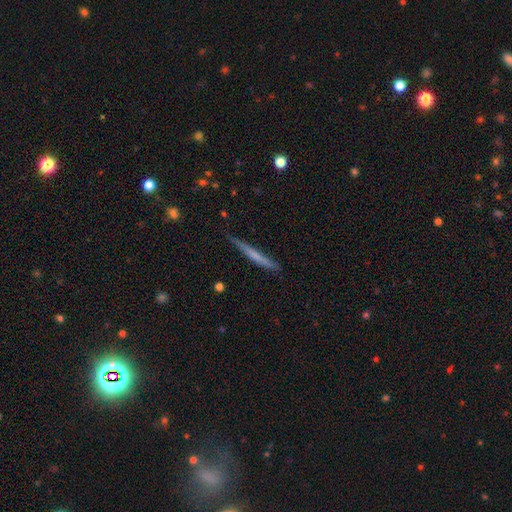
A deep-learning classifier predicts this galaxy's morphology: A smooth galaxy with no disk features (54%) that is cigar-shaped (96%). Merging: none (77%).